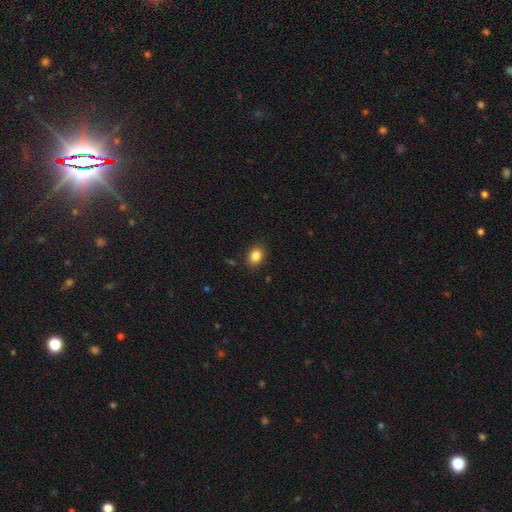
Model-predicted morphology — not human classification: Smooth or featured? Predicted: smooth (p=0.85). How rounded? Predicted: in between (p=0.56). Merging? Predicted: none (p=0.88).